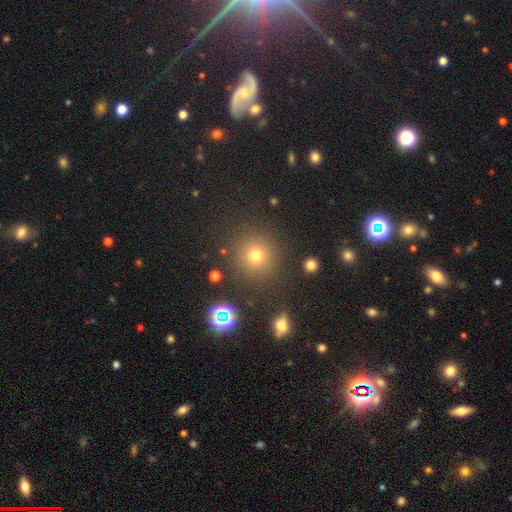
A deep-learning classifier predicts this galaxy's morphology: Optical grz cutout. It shows a smooth galaxy with no disk features (69%) that is round (94%). Merging: none (87%).